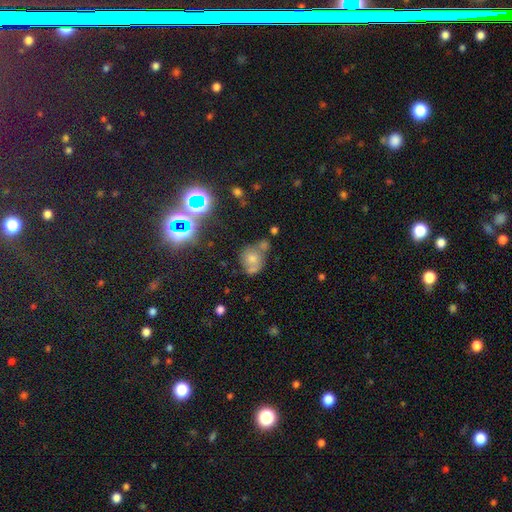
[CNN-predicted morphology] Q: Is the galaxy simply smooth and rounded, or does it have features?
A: star or artifact — 39%.